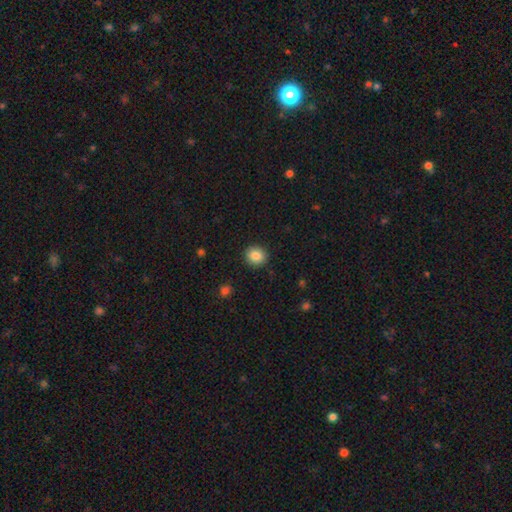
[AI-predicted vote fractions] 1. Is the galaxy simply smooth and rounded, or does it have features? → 85% smooth, 9% star or artifact, 5% featured or disk.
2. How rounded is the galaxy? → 86% round, 13% in between, 1% cigar-shaped.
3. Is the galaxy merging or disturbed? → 91% none, 6% minor disturbance, 2% major disturbance, 1% merger.